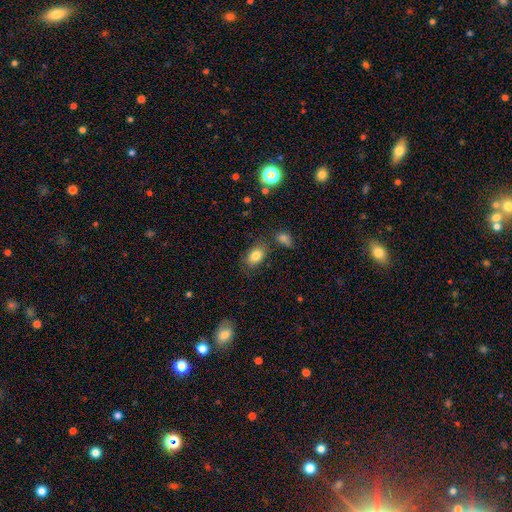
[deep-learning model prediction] smooth-or-featured: smooth: 81% | featured or disk: 10% | star or artifact: 9%
  how-rounded: in between: 84% | round: 15% | cigar-shaped: 1%
  merging: none: 74% | minor disturbance: 15% | merger: 7% | major disturbance: 4%